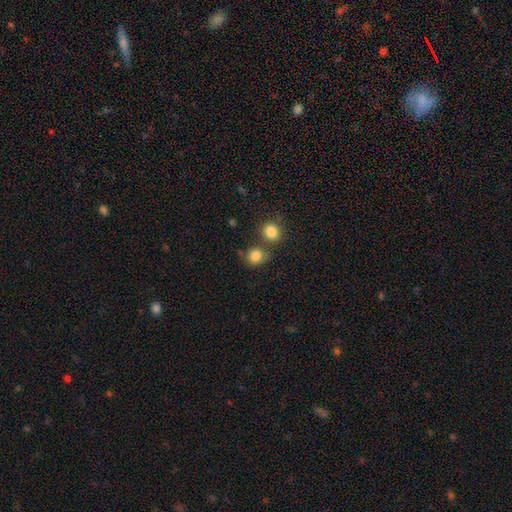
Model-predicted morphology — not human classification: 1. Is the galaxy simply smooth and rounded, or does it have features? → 83% smooth, 11% star or artifact, 6% featured or disk.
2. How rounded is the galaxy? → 78% round, 21% in between, 1% cigar-shaped.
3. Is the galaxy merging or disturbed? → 62% none, 21% merger, 12% minor disturbance, 4% major disturbance.